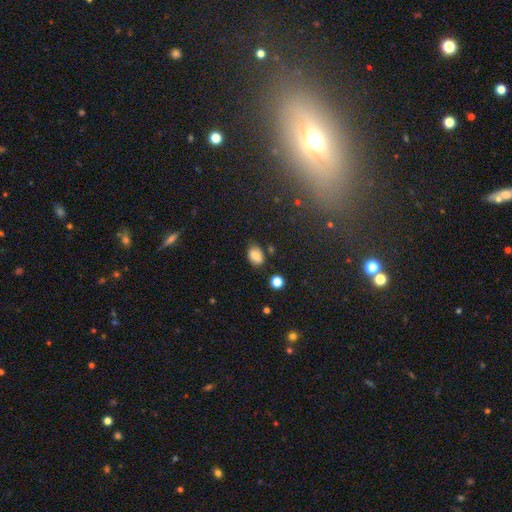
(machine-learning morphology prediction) This is likely a smooth galaxy (79%). How rounded: likely in between (73%). Merging: likely none (73%).